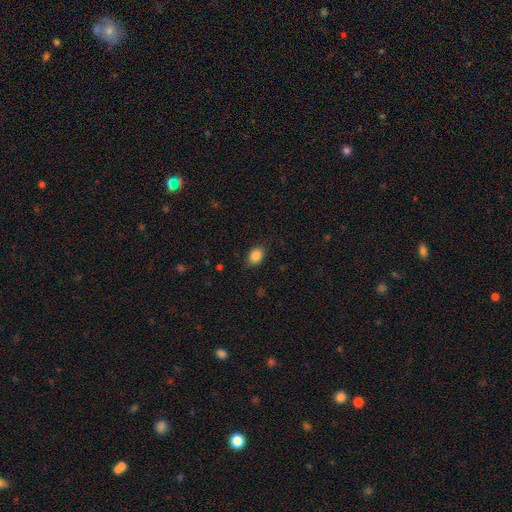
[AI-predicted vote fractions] smooth_or_featured: smooth (p=0.87) [alt: star or artifact p=0.09]
how_rounded: in between (p=0.67) [alt: round p=0.32]
merging: none (p=0.86) [alt: minor disturbance p=0.10]